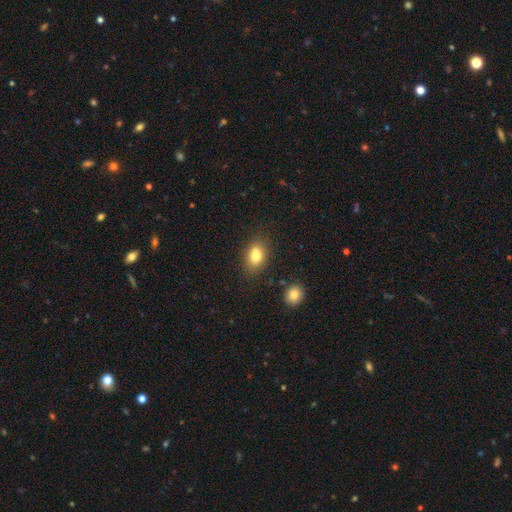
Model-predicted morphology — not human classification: Smooth or featured: smooth — 77% (featured or disk — 12%)
How rounded: in between — 71% (round — 28%)
Merging: none — 63% (merger — 18%)